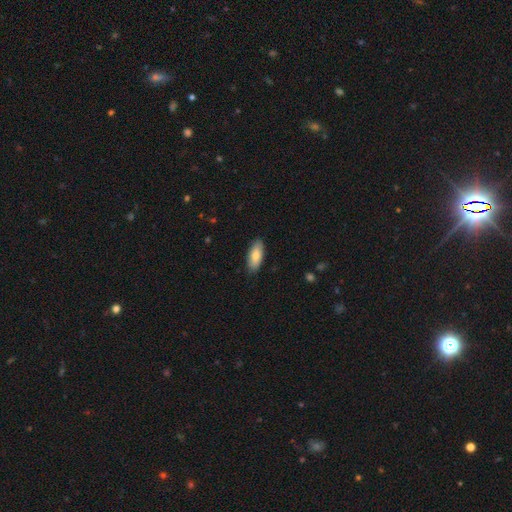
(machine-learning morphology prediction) Smooth or featured? Predicted: smooth (p=0.82). How rounded? Predicted: in between (p=0.83). Merging? Predicted: none (p=0.87).